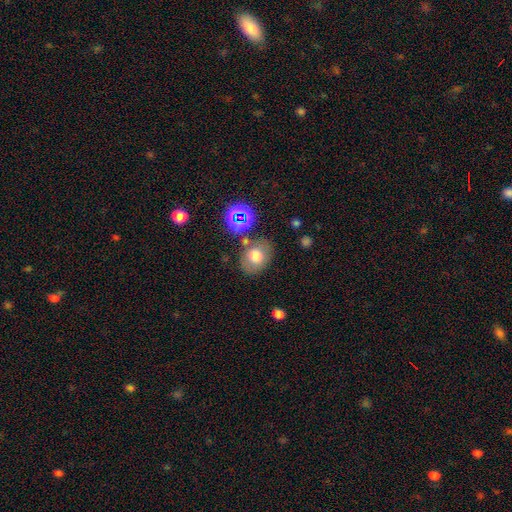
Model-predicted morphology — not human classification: A smooth galaxy with no disk features (70%) that is in between round and cigar-shaped (57%). Merging: none (73%).